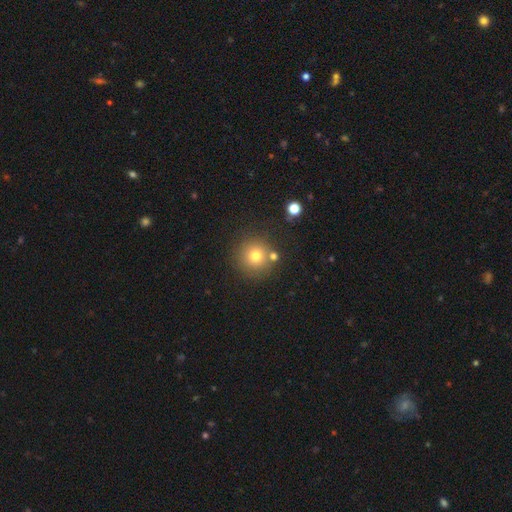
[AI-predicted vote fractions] Overall: smooth (76%). How rounded: round (94%). Merging: none (79%).